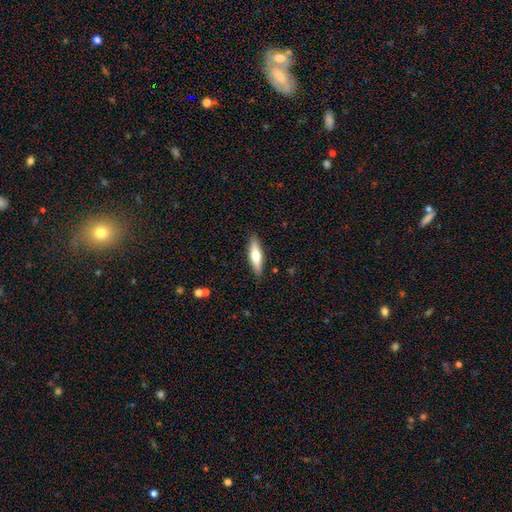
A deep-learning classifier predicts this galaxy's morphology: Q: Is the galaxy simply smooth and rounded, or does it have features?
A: smooth — 58%.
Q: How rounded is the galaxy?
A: cigar-shaped — 65%.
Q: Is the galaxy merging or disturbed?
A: none — 89%.